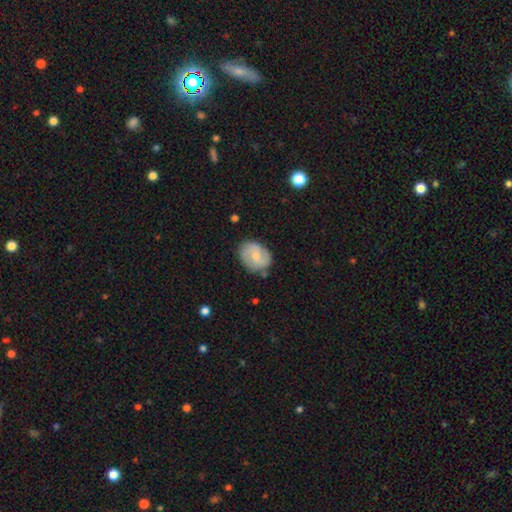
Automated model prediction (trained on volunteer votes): smooth-or-featured: featured or disk: 50% | smooth: 43% | star or artifact: 7%
  merging: none: 75% | minor disturbance: 18% | major disturbance: 4% | merger: 3%